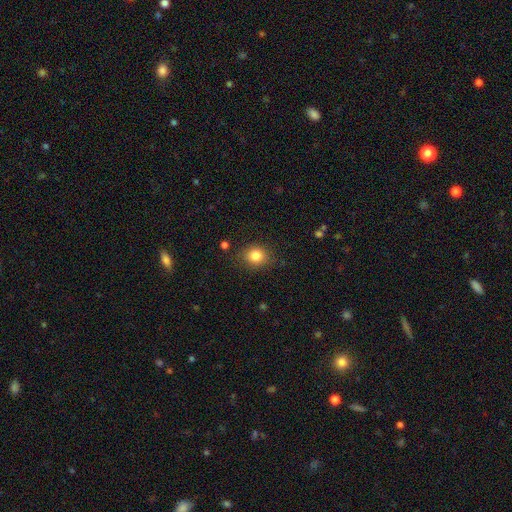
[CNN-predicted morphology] type=smooth (83%); roundness=round (72%); merging=none (84%).